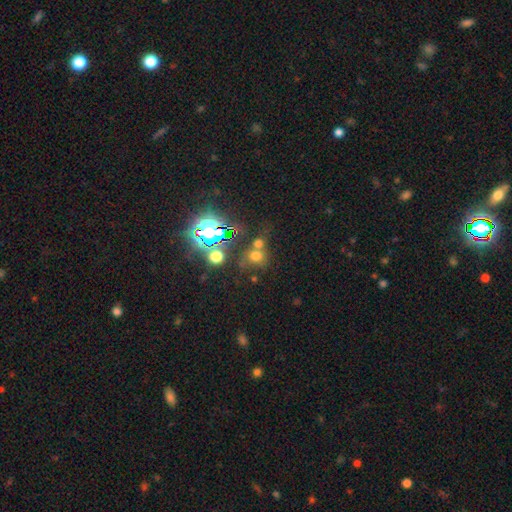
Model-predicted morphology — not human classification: This appears to be a smooth galaxy with no disk features (56%) that is round (73%). Merging: none (48%).